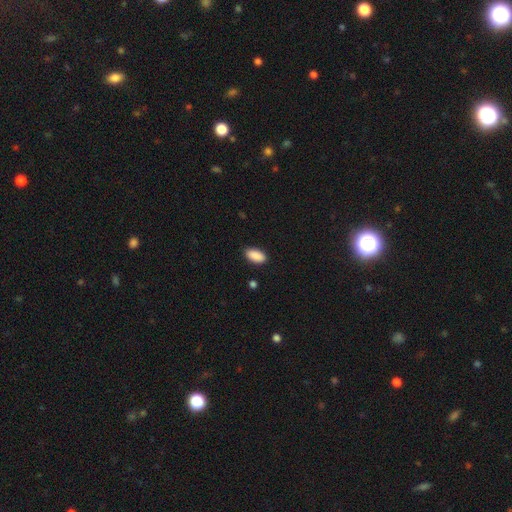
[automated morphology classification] Smooth or featured? smooth (90%)
How rounded? in between (93%)
Merging? none (87%)